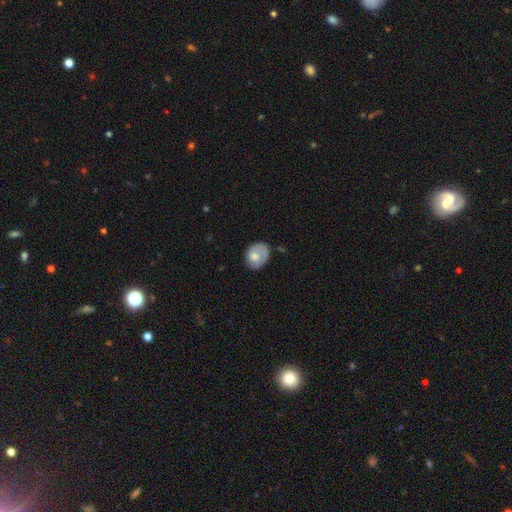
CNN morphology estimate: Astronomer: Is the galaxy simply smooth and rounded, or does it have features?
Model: smooth — 60%.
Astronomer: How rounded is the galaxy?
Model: in between — 53% (runner-up: round, 46%).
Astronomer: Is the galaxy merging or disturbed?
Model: none — 61%.